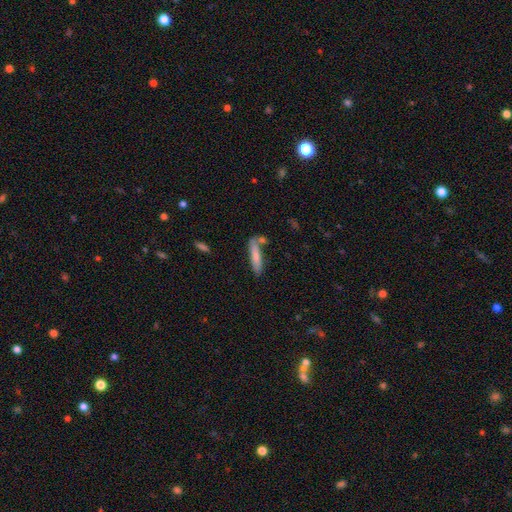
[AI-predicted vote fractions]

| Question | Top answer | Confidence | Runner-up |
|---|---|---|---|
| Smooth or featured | smooth | 76% | featured or disk (17%) |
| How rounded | cigar-shaped | 79% | in between (20%) |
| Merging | none | 63% | merger (16%) |